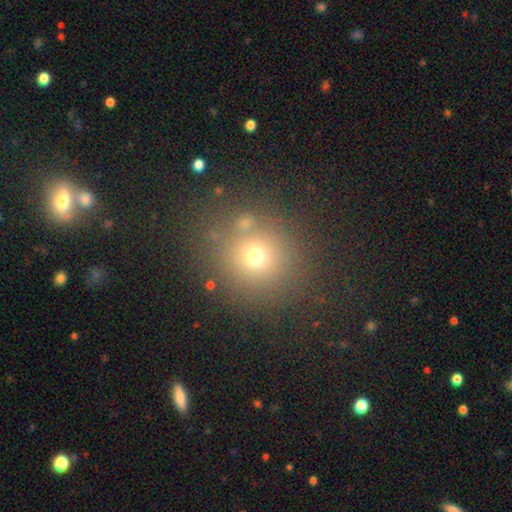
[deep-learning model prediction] Smooth or featured? smooth (67%)
How rounded? round (89%)
Merging? none (79%)